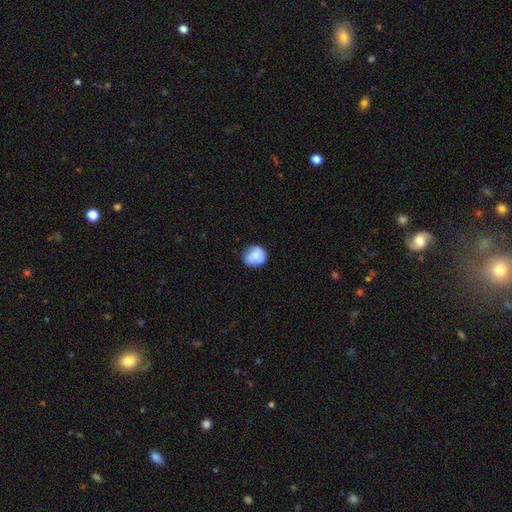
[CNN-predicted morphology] A smooth galaxy with no disk features (80%) that is round (82%). Merging: none (76%).